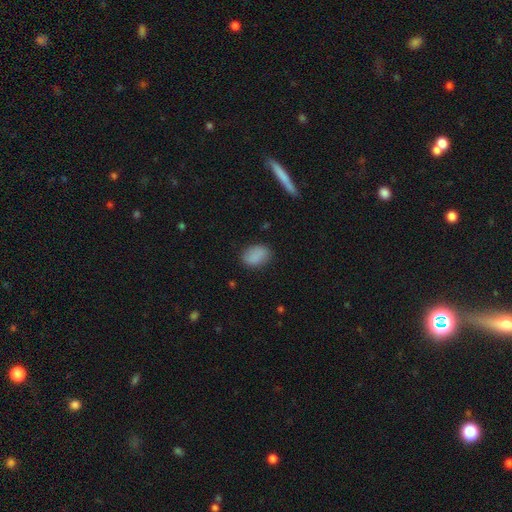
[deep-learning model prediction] The model was most divided on "how rounded": in between: 82%, round: 16%, cigar-shaped: 1%. More confident: smooth or featured — smooth (86%); merging — none (81%).